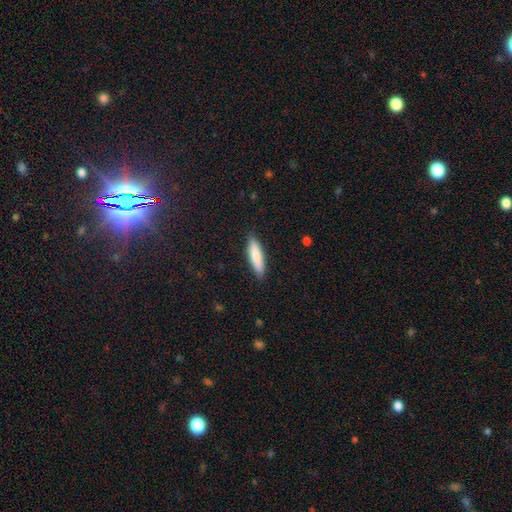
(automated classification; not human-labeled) This appears to be a smooth galaxy with no disk features (80%) that is cigar-shaped (73%). Merging: none (87%).